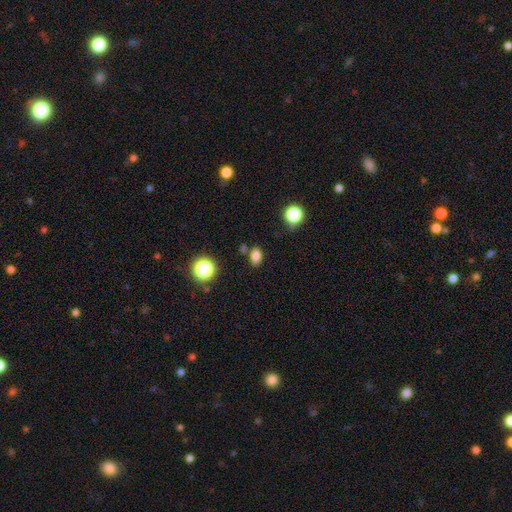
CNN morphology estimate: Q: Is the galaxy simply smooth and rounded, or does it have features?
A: smooth — 81%.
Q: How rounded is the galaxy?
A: in between — 77%.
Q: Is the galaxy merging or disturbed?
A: none — 76%.